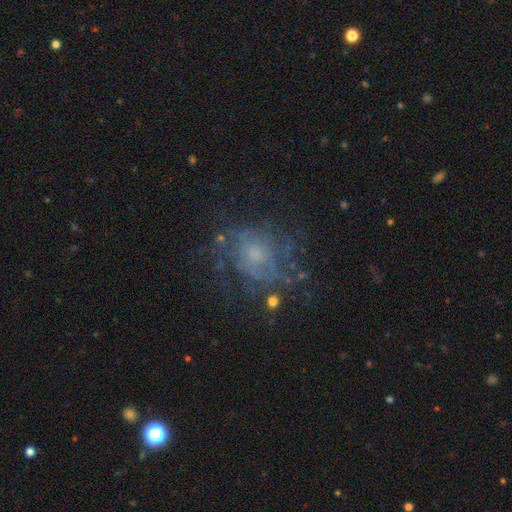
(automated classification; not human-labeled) Q: Smooth or featured?
A: featured or disk (61%); runner-up: smooth (21%)
Q: Edge-on disk?
A: no (97%); runner-up: yes (3%)
Q: Bar?
A: no (79%); runner-up: weak (18%)
Q: Spiral arms?
A: yes (66%); runner-up: no (34%)
Q: Bulge size?
A: small (43%); runner-up: moderate (35%)
Q: Merging?
A: none (62%); runner-up: major disturbance (17%)